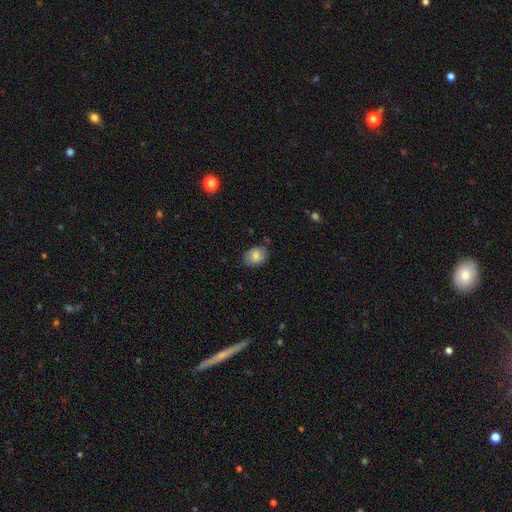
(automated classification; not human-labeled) smooth 80%, featured or disk 11%, star or artifact 9%. Down the decision tree: how rounded — in between (56%); merging — none (75%).